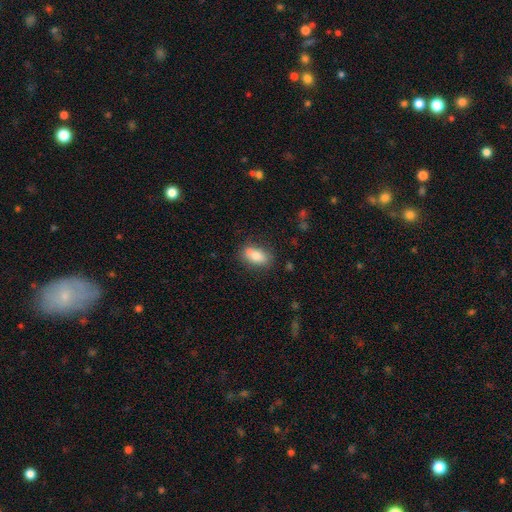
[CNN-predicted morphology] Q: Smooth or featured?
A: smooth (76%); runner-up: featured or disk (17%)
Q: How rounded?
A: in between (84%); runner-up: round (8%)
Q: Merging?
A: none (60%); runner-up: merger (19%)